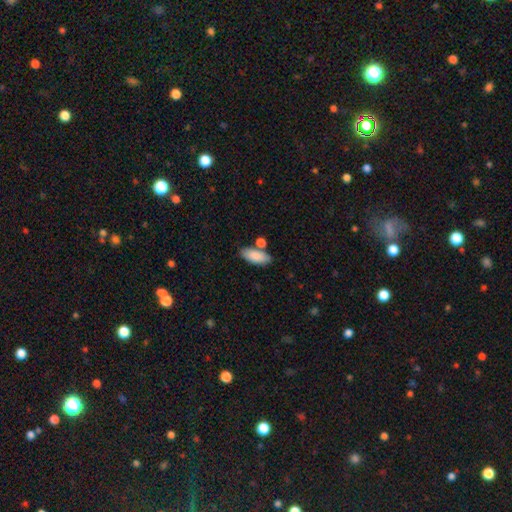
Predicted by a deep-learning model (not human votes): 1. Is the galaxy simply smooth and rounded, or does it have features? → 87% smooth, 8% featured or disk, 6% star or artifact.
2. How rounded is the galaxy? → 85% in between, 13% cigar-shaped, 2% round.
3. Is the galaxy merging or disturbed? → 70% none, 15% merger, 12% minor disturbance, 3% major disturbance.